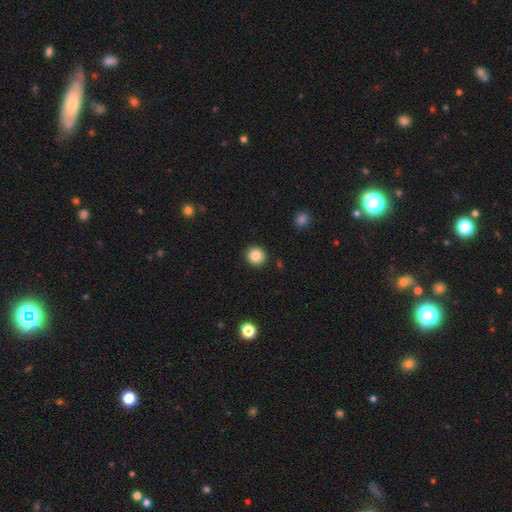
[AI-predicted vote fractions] Overall: smooth (85%). How rounded: round (92%). Merging: none (92%).